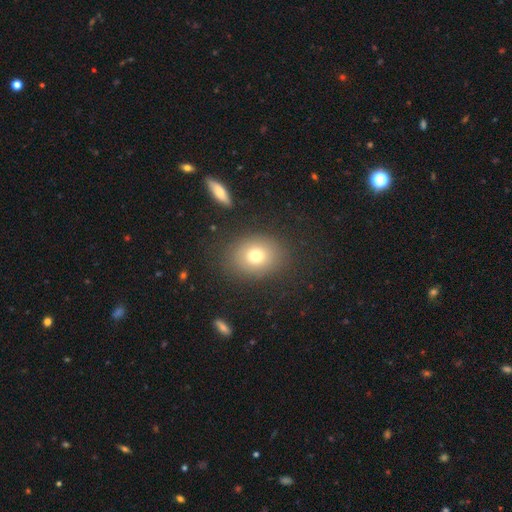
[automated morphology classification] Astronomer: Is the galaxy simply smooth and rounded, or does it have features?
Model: smooth — 73%.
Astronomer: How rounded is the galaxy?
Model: round — 55% (runner-up: in between, 44%).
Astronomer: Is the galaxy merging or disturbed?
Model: none — 83%.